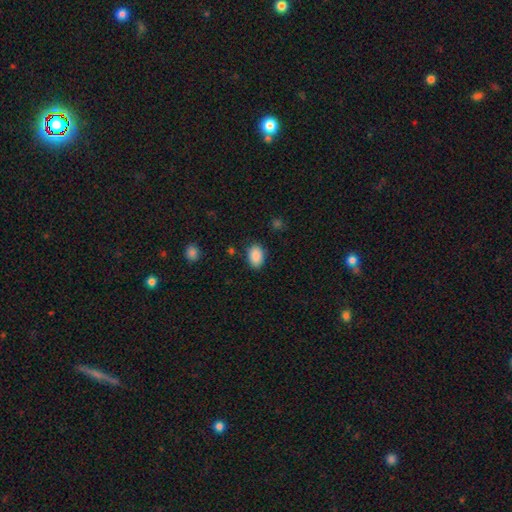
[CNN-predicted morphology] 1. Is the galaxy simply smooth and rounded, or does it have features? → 89% smooth, 8% star or artifact, 3% featured or disk.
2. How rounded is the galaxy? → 84% in between, 15% round, 1% cigar-shaped.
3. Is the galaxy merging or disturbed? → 84% none, 11% minor disturbance, 3% major disturbance, 2% merger.